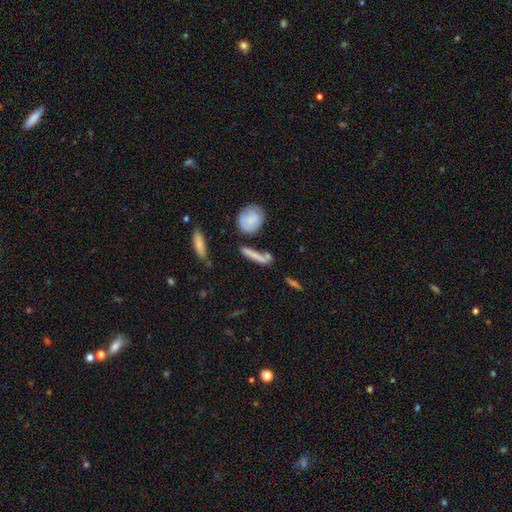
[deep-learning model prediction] Smooth or featured: smooth — 65% (featured or disk — 25%)
How rounded: cigar-shaped — 77% (in between — 18%)
Merging: none — 62% (merger — 18%)